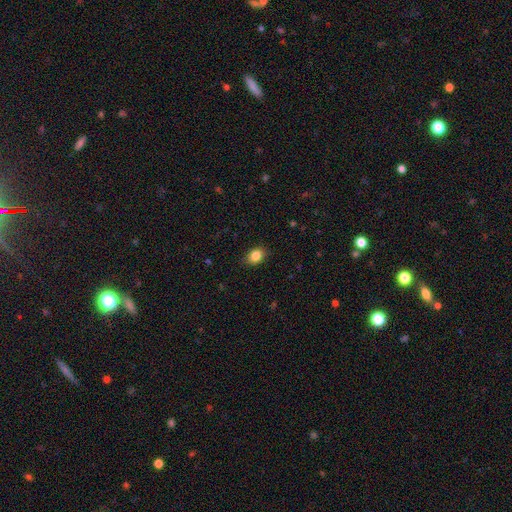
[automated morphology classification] This appears to be a smooth galaxy with no disk features (85%) that is in between round and cigar-shaped (65%). Merging: none (86%).